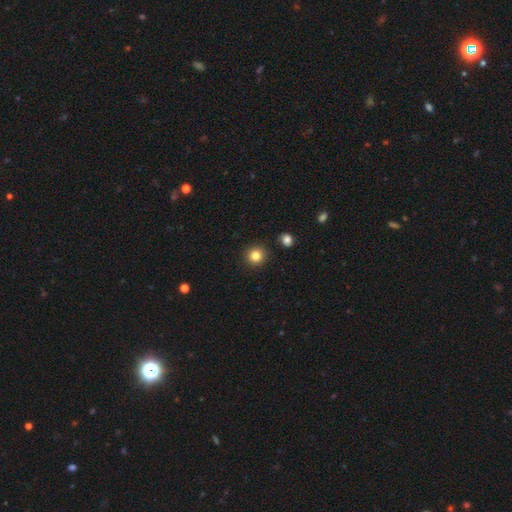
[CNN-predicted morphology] A smooth galaxy with no disk features (83%) that is round (93%). Merging: none (91%).